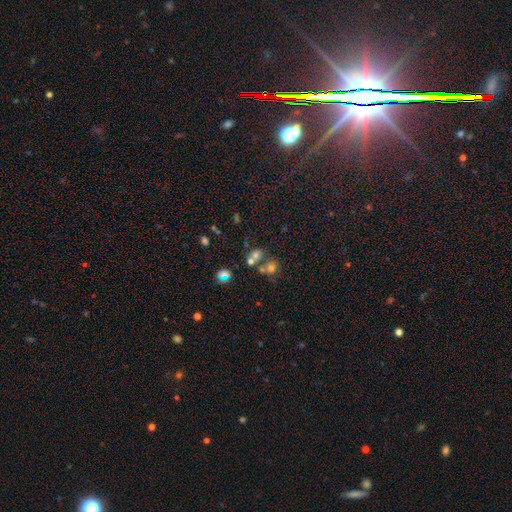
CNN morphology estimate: Q: Smooth or featured?
A: smooth (58%); runner-up: star or artifact (26%)
Q: How rounded?
A: round (68%); runner-up: in between (30%)
Q: Merging?
A: merger (43%); runner-up: none (41%)